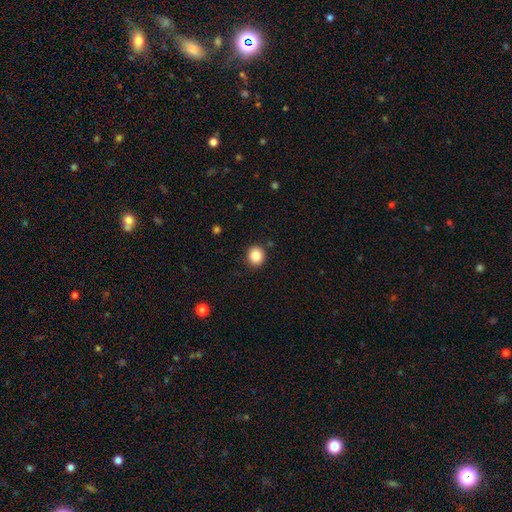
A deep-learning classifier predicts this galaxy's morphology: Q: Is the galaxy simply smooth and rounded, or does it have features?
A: smooth — 85%.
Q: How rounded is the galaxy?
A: round — 88%.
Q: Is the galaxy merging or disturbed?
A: none — 90%.